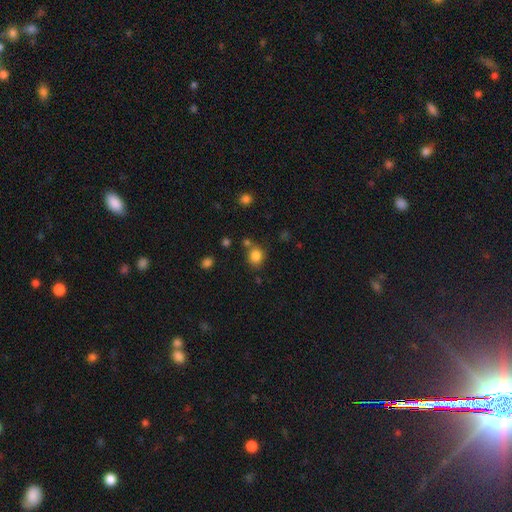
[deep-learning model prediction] Q: Smooth or featured?
A: smooth (83%); runner-up: star or artifact (12%)
Q: How rounded?
A: round (71%); runner-up: in between (28%)
Q: Merging?
A: none (71%); runner-up: minor disturbance (13%)